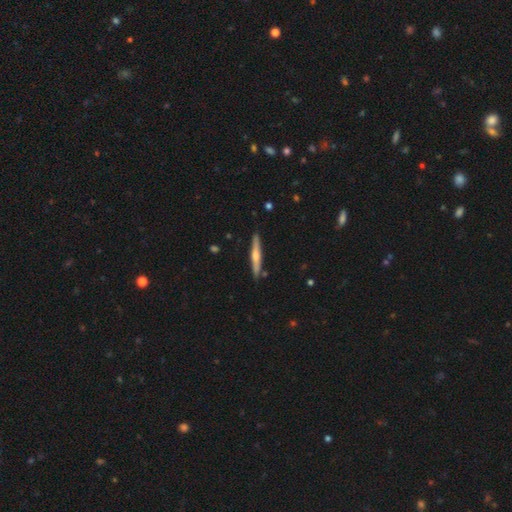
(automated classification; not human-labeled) This is likely a featured or disk galaxy (62%). It is clearly viewed edge-on (97%). Edge-on bulge: clearly rounded (80%). Merging: clearly none (88%).